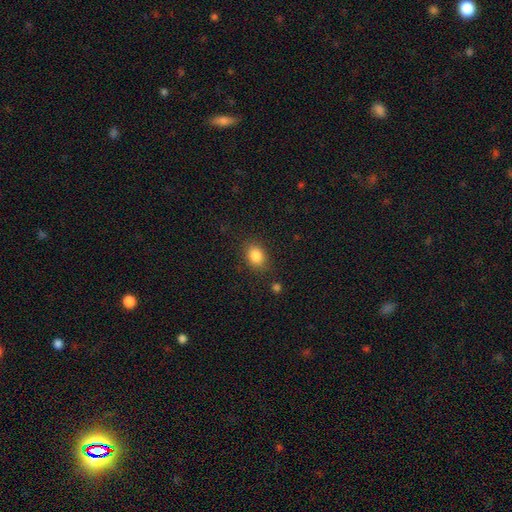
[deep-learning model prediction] Smooth or featured? Predicted: smooth (p=0.85). How rounded? Predicted: in between (p=0.61). Merging? Predicted: none (p=0.83).